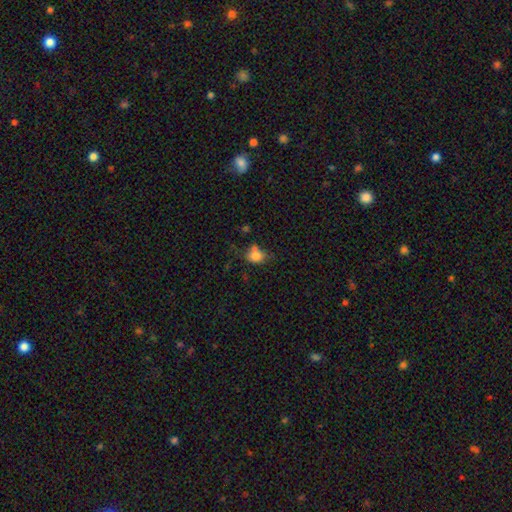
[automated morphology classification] smooth 77%, star or artifact 12%, featured or disk 12%. Down the decision tree: how rounded — round (53%); merging — none (47%).